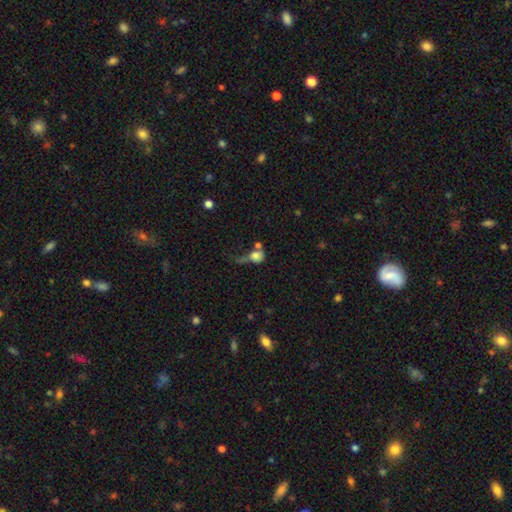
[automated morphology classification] Smooth or featured: smooth — 73% (featured or disk — 16%)
How rounded: round — 63% (in between — 34%)
Merging: merger — 31% (major disturbance — 30%)